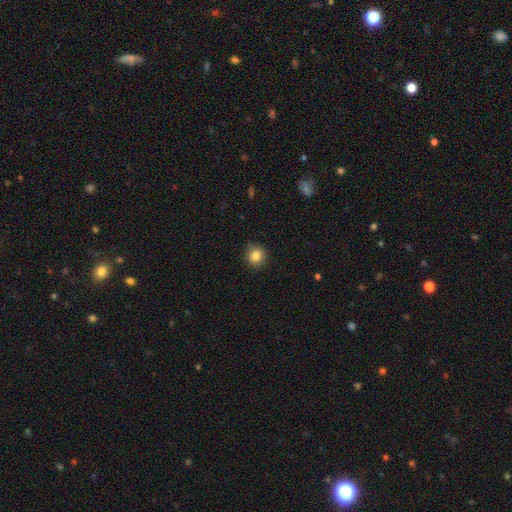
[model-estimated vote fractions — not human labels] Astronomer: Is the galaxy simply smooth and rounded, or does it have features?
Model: smooth — 85%.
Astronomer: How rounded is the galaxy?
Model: round — 87%.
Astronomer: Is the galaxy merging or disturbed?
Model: none — 86%.